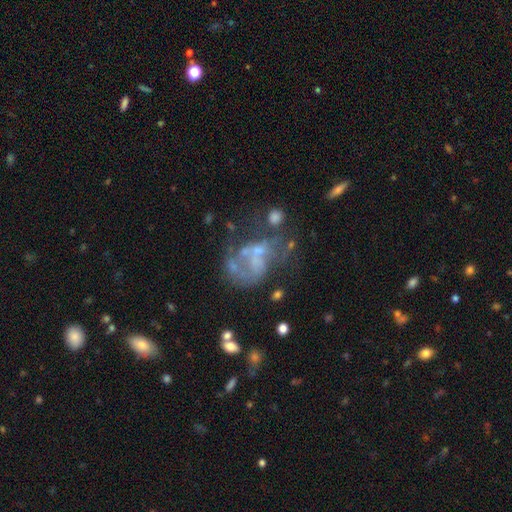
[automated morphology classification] smooth-or-featured: featured or disk: 62% | smooth: 21% | star or artifact: 17%
  disk-edge-on: no: 98% | yes: 2%
    bar: no: 83% | weak: 14% | strong: 4%
    has-spiral-arms: no: 77% | yes: 23%
    bulge-size: none: 57% | small: 26% | moderate: 14% | large: 2% | dominant: 1%
  merging: major disturbance: 34% | none: 28% | merger: 23% | minor disturbance: 15%